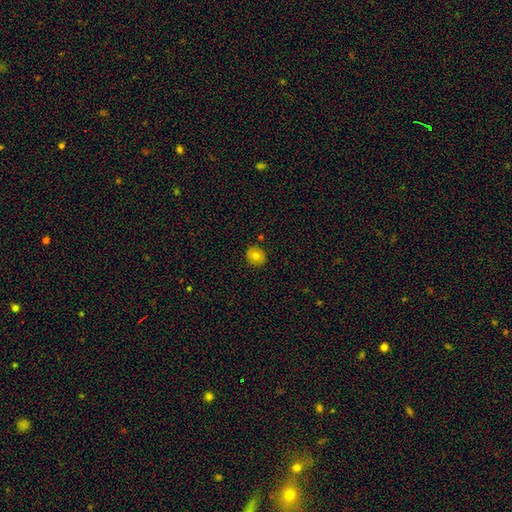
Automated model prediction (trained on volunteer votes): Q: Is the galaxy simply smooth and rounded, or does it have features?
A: smooth — 78%.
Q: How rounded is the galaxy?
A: round — 79%.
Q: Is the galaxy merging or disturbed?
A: none — 87%.